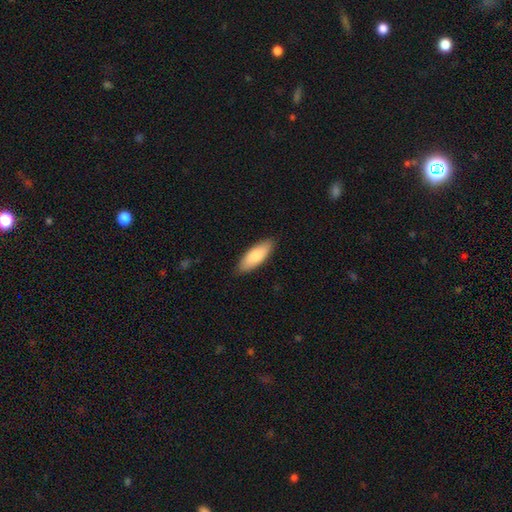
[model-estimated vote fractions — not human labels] smooth_or_featured: smooth (p=0.80) [alt: featured or disk p=0.15]
how_rounded: in between (p=0.70) [alt: cigar-shaped p=0.28]
merging: none (p=0.86) [alt: minor disturbance p=0.11]